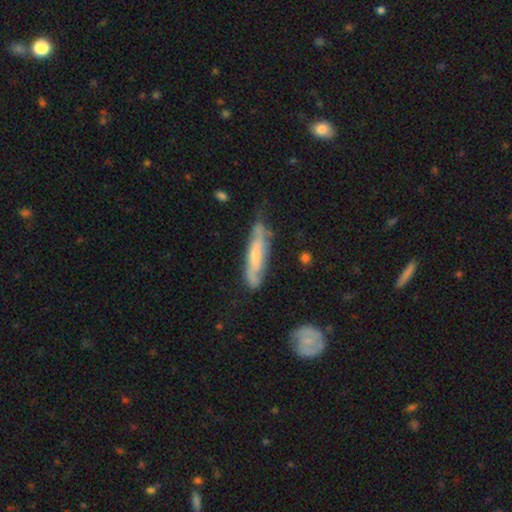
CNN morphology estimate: This is possibly a featured or disk galaxy (52%). It is possibly viewed edge-on (54%). Merging: possibly none (60%).